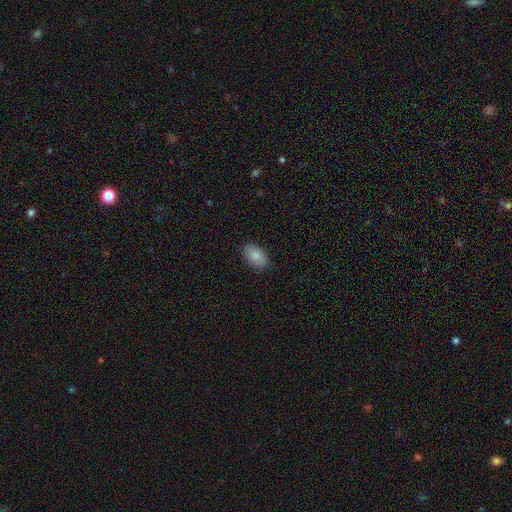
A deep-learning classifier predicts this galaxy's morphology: Smooth or featured? Predicted: smooth (p=0.86). How rounded? Predicted: in between (p=0.91). Merging? Predicted: none (p=0.86).